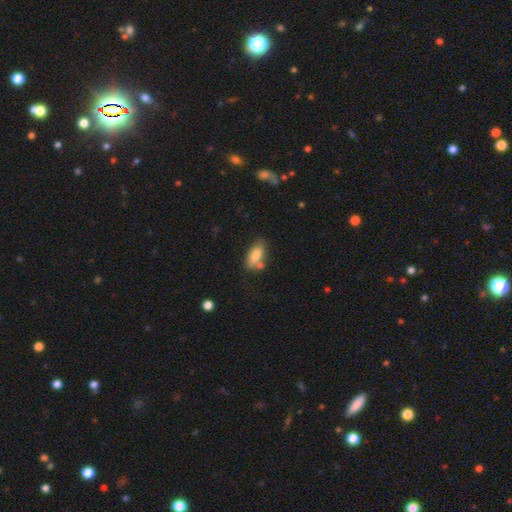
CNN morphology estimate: Smooth or featured?
  - smooth: 76% *
  - featured or disk: 16%
  - star or artifact: 8%
How rounded?
  - in between: 87% *
  - cigar-shaped: 9%
  - round: 4%
Merging?
  - none: 56% *
  - minor disturbance: 21%
  - merger: 17%
  - major disturbance: 6%